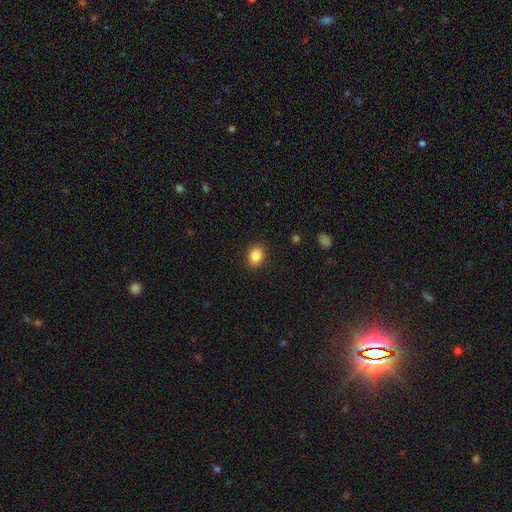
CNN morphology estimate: Smooth or featured?
  - smooth: 86% *
  - star or artifact: 9%
  - featured or disk: 4%
How rounded?
  - in between: 54% *
  - round: 45%
  - cigar-shaped: 1%
Merging?
  - none: 89% *
  - minor disturbance: 8%
  - major disturbance: 2%
  - merger: 1%